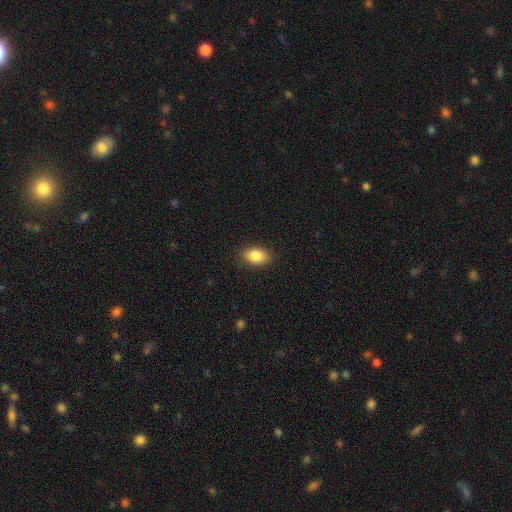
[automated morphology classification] smooth 87%, star or artifact 8%, featured or disk 6%. Down the decision tree: how rounded — in between (87%); merging — none (88%).